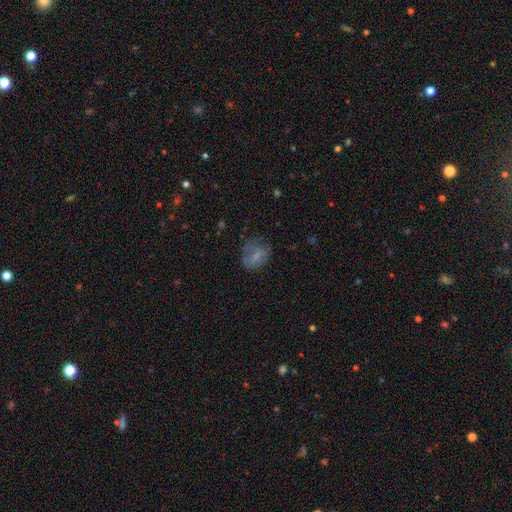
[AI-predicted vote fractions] The model was most divided on "how rounded": round: 52%, in between: 46%, cigar-shaped: 1%. More confident: smooth or featured — smooth (66%); merging — none (57%).